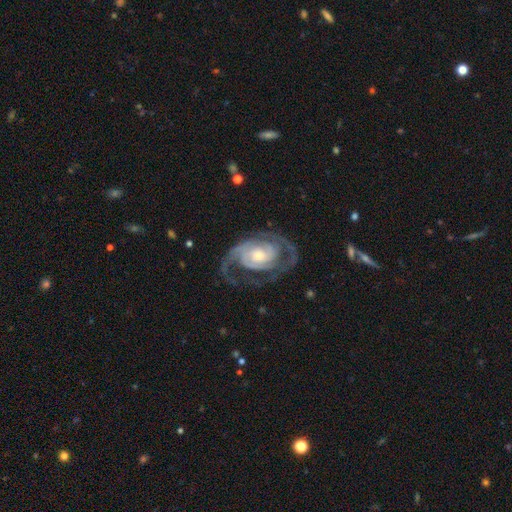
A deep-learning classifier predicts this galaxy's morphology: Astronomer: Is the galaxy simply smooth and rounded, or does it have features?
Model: featured or disk — 89%.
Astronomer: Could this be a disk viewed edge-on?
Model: no — 97%.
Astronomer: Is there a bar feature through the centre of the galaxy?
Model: no — 62%.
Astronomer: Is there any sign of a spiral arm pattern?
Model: yes — 95%.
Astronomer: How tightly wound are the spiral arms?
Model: tight — 51% (runner-up: medium, 38%).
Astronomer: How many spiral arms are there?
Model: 2 — 67%.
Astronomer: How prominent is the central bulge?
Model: moderate — 56%.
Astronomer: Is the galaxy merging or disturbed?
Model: none — 65%.